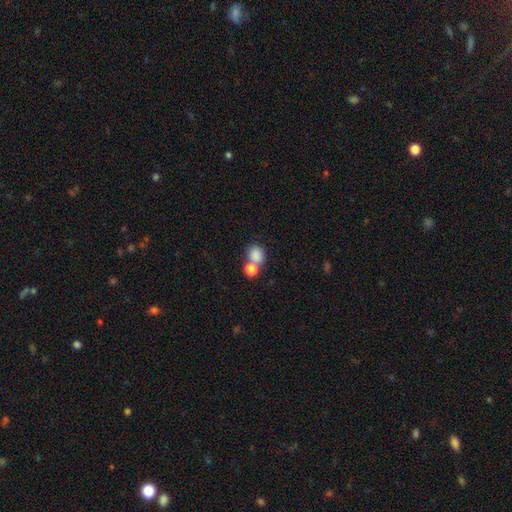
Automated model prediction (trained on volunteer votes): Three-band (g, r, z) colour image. It shows a smooth galaxy with no disk features (82%) that is round (62%). Merging: none (47%).